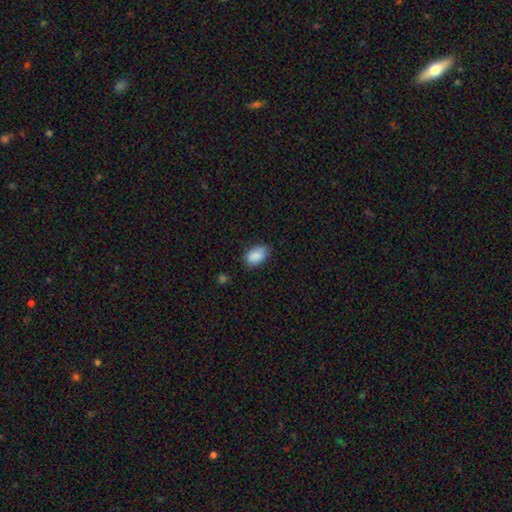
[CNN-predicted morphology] smooth-or-featured: smooth: 89% | star or artifact: 7% | featured or disk: 4%
  how-rounded: in between: 92% | round: 6% | cigar-shaped: 2%
  merging: none: 76% | minor disturbance: 19% | major disturbance: 3% | merger: 1%